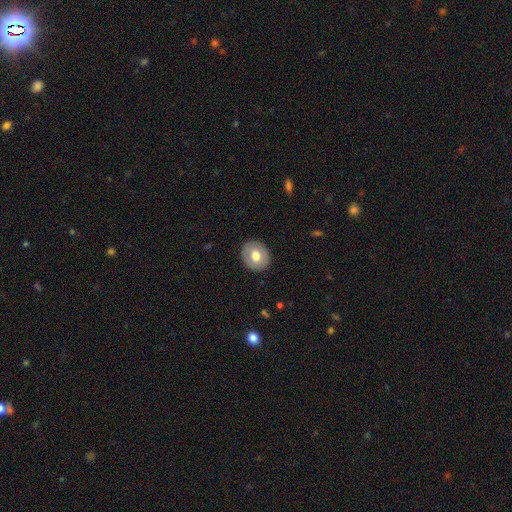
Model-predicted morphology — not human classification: This is likely a smooth galaxy (70%). How rounded: likely round (68%). Merging: clearly none (90%).